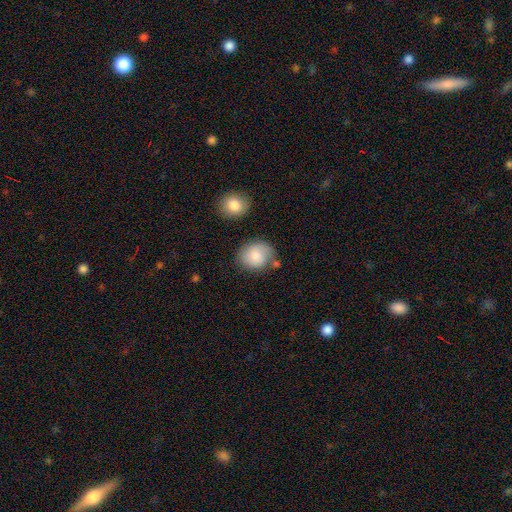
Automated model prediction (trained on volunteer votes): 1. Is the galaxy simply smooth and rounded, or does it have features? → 81% smooth, 12% featured or disk, 7% star or artifact.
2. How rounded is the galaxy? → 67% round, 32% in between, 1% cigar-shaped.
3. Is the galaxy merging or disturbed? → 66% none, 20% minor disturbance, 8% merger, 5% major disturbance.